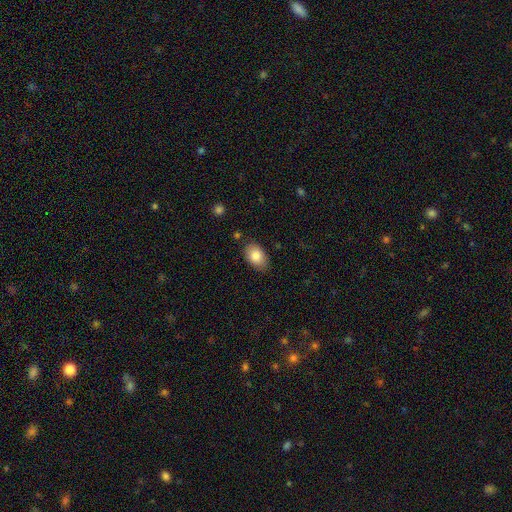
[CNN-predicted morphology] smooth_or_featured: smooth (p=0.84) [alt: featured or disk p=0.10]
how_rounded: in between (p=0.90) [alt: round p=0.09]
merging: none (p=0.83) [alt: minor disturbance p=0.13]